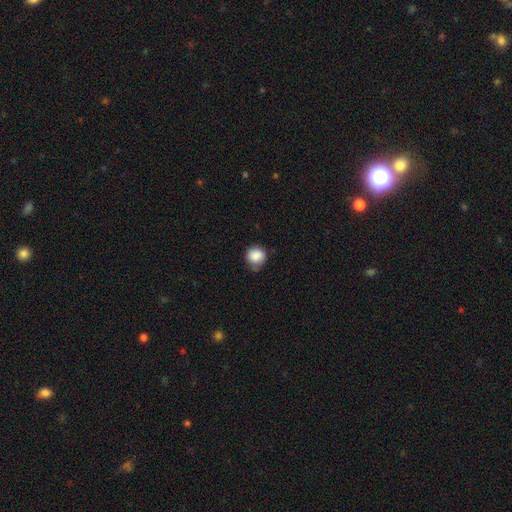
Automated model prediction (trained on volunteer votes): This appears to be a smooth galaxy with no disk features (87%) that is round (90%). Merging: none (69%).